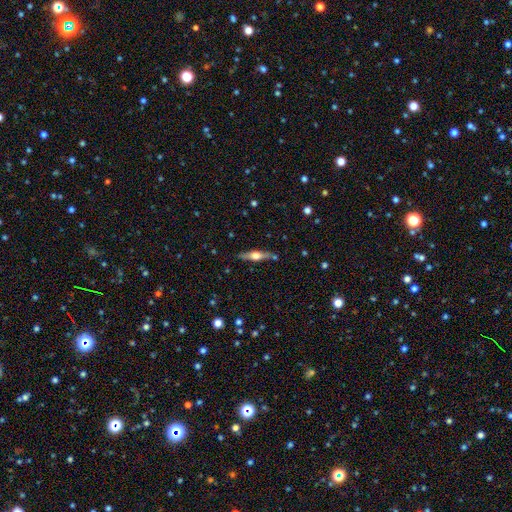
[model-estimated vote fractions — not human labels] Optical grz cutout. It shows a featured or disk galaxy (66%) viewed edge-on (96%) with a rounded central bulge (89%). Merging: none (83%).